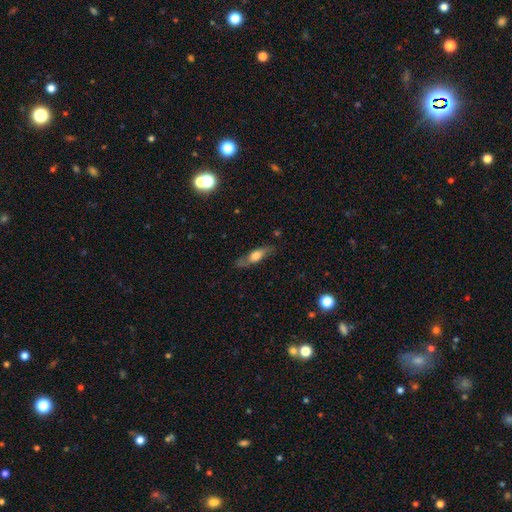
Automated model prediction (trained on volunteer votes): Smooth or featured? Predicted: smooth (p=0.49). Merging? Predicted: none (p=0.74).